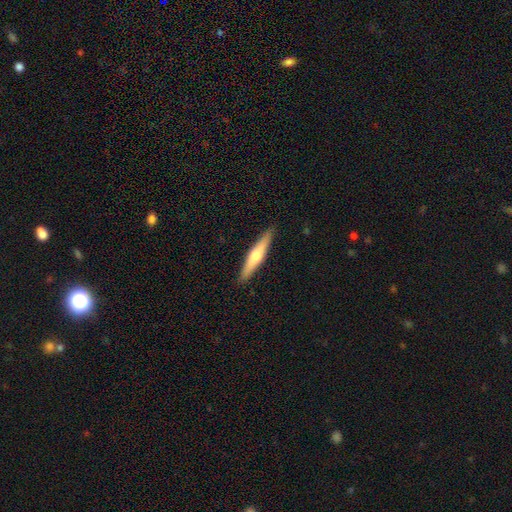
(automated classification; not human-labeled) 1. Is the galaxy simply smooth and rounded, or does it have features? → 49% featured or disk, 46% smooth, 5% star or artifact.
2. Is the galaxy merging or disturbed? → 90% none, 7% minor disturbance, 1% major disturbance, 1% merger.